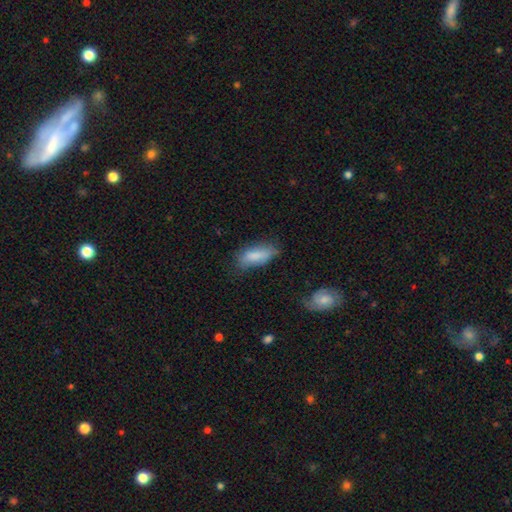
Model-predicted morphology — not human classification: A smooth galaxy with no disk features (82%) that is in between round and cigar-shaped (77%). Merging: none (60%).